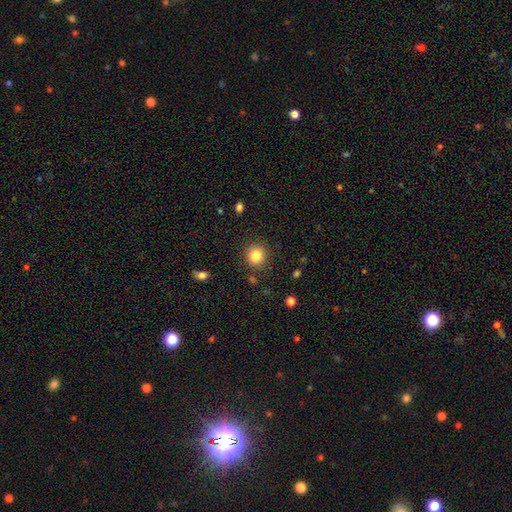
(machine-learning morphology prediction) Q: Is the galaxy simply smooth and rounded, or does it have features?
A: smooth — 85%.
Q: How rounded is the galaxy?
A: round — 89%.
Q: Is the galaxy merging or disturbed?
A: none — 87%.